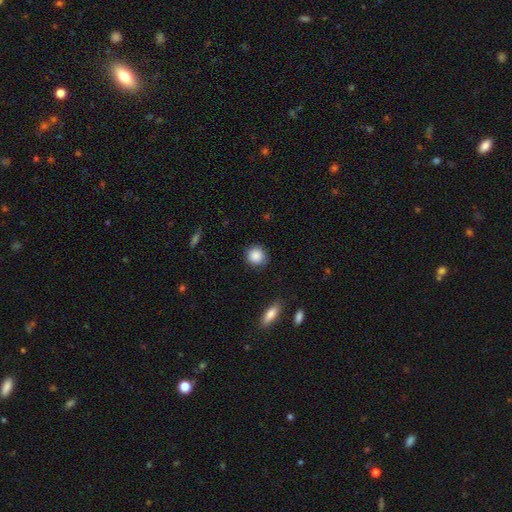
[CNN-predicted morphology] This appears to be a smooth galaxy with no disk features (87%) that is round (89%). Merging: none (84%).